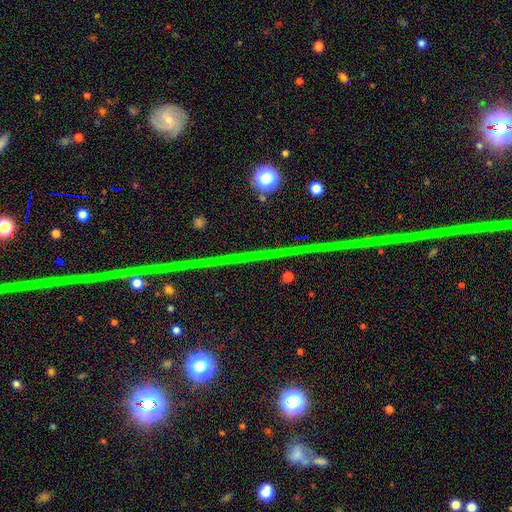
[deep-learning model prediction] Q: Smooth or featured?
A: star or artifact (80%); runner-up: featured or disk (11%)